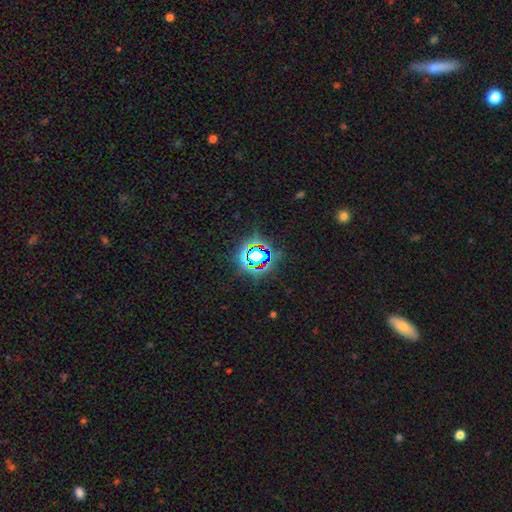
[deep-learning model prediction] Smooth or featured: star or artifact — 74% (smooth — 16%)